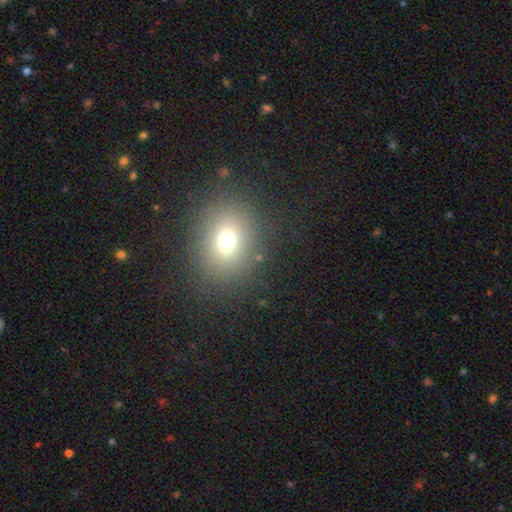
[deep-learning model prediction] Q: Smooth or featured?
A: smooth (70%); runner-up: star or artifact (18%)
Q: How rounded?
A: round (56%); runner-up: in between (43%)
Q: Merging?
A: none (87%); runner-up: minor disturbance (8%)